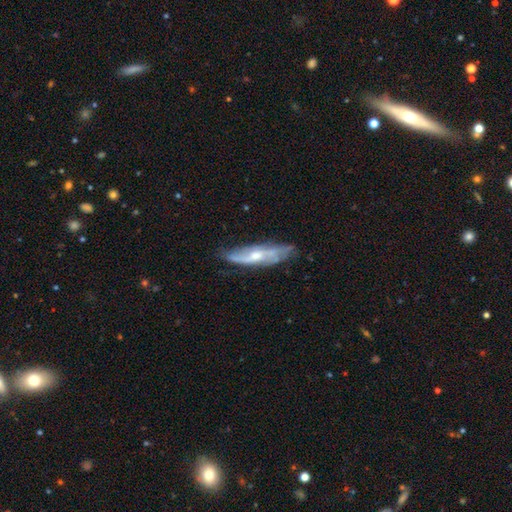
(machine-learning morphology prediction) This appears to be a featured or disk galaxy (70%). Merging: none (63%).